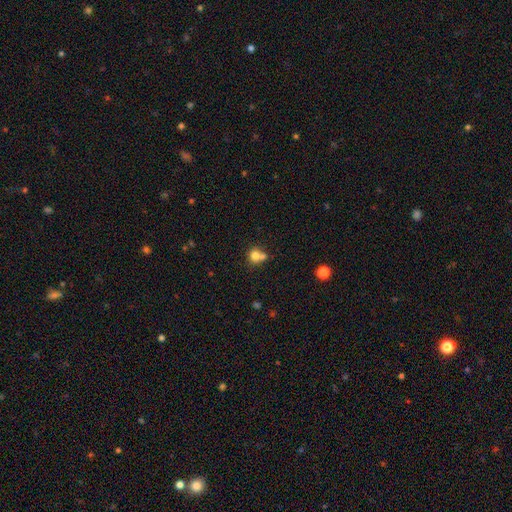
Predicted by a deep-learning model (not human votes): Overall: smooth (77%). How rounded: round (82%). Merging: merger (47%; none 41%).